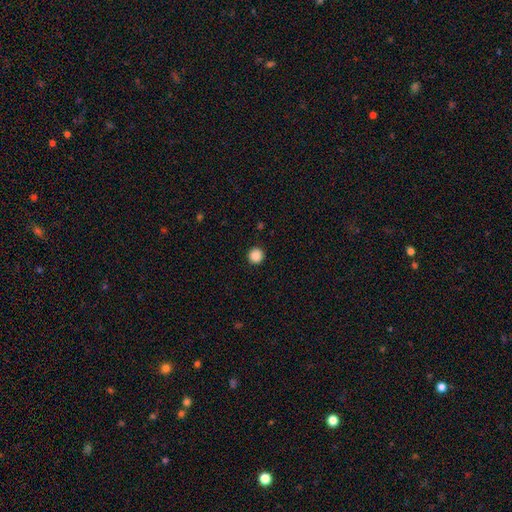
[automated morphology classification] This is clearly a smooth galaxy (88%). How rounded: clearly round (95%). Merging: clearly none (92%).